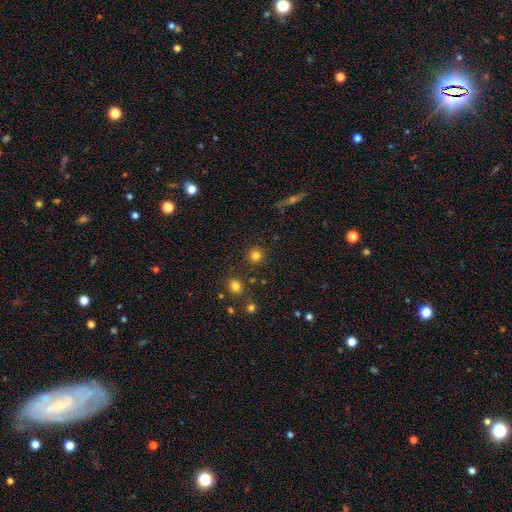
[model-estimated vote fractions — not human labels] Overall: smooth (81%). How rounded: round (94%). Merging: none (89%).